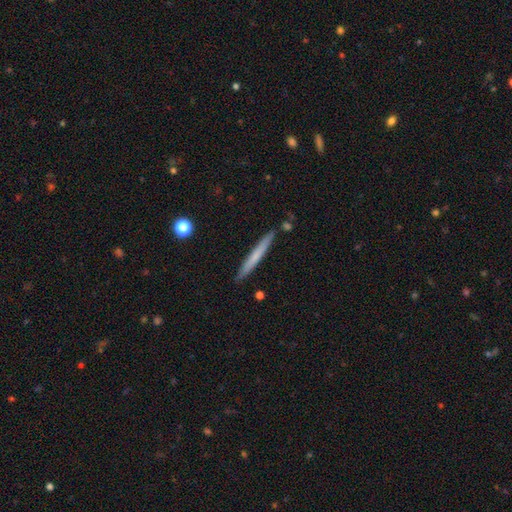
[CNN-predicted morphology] The model was most divided on "smooth or featured": smooth: 59%, featured or disk: 35%, star or artifact: 6%. More confident: how rounded — cigar-shaped (97%); merging — none (88%).